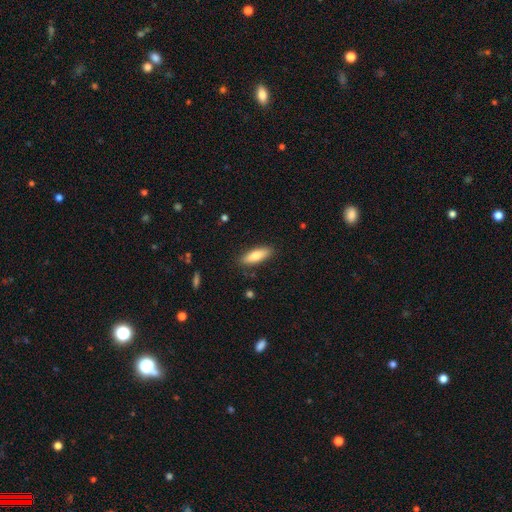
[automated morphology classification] A smooth galaxy with no disk features (81%) that is in between round and cigar-shaped (56%).

Vote fractions:
- Smooth or featured? smooth: 81% / featured or disk: 13% / star or artifact: 6%
- How rounded? in between: 56% / cigar-shaped: 43% / round: 2%
- Merging? none: 86% / minor disturbance: 10% / major disturbance: 2% / merger: 1%